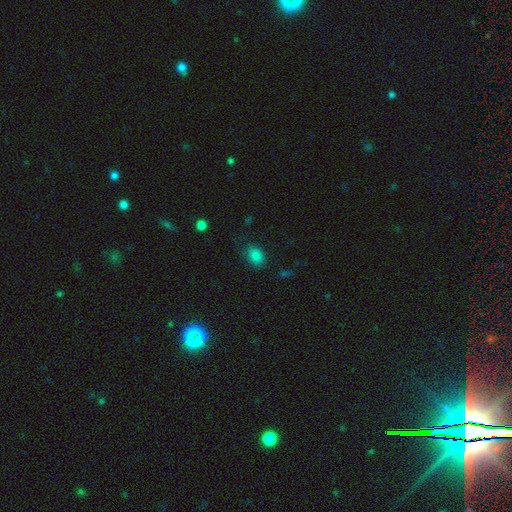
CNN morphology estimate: Smooth or featured?
  - smooth: 84% *
  - star or artifact: 12%
  - featured or disk: 4%
How rounded?
  - in between: 71% *
  - round: 28%
  - cigar-shaped: 1%
Merging?
  - none: 76% *
  - minor disturbance: 18%
  - major disturbance: 5%
  - merger: 2%